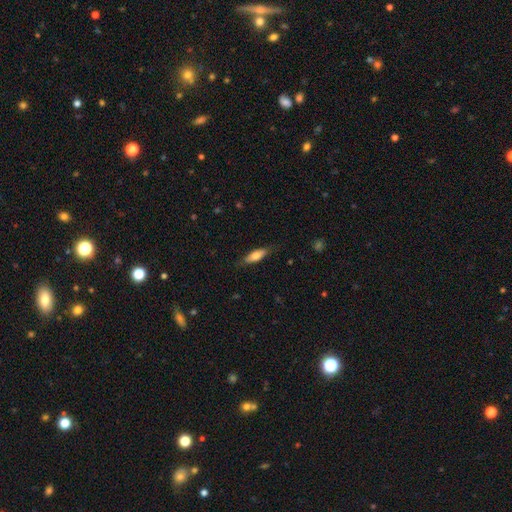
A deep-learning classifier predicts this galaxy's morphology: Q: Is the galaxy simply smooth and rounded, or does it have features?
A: smooth — 69%.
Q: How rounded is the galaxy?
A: in between — 55%.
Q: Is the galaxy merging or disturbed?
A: none — 79%.